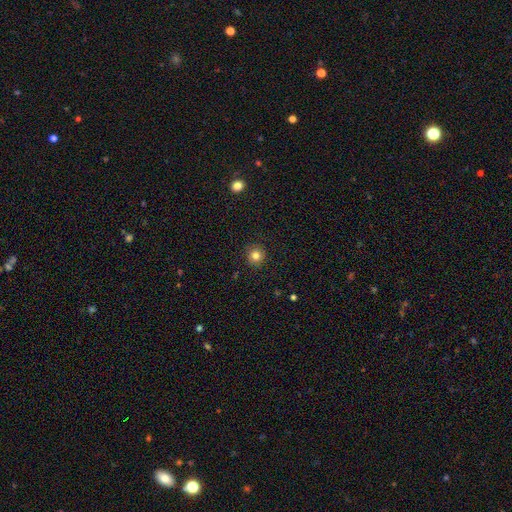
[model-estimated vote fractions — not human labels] Overall: smooth (82%). How rounded: round (93%). Merging: none (90%).